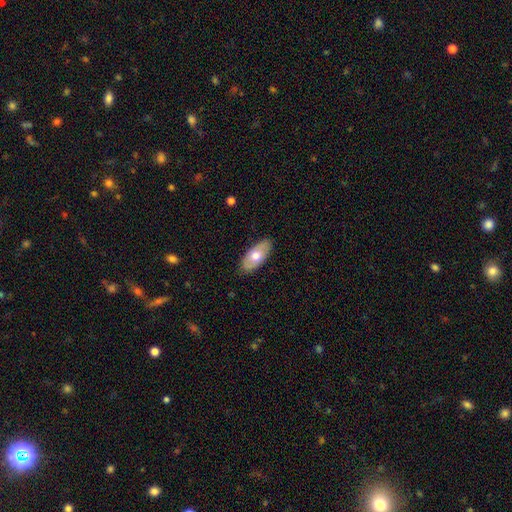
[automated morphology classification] Q: Smooth or featured?
A: smooth (63%); runner-up: featured or disk (31%)
Q: How rounded?
A: in between (92%); runner-up: cigar-shaped (5%)
Q: Merging?
A: none (85%); runner-up: minor disturbance (12%)